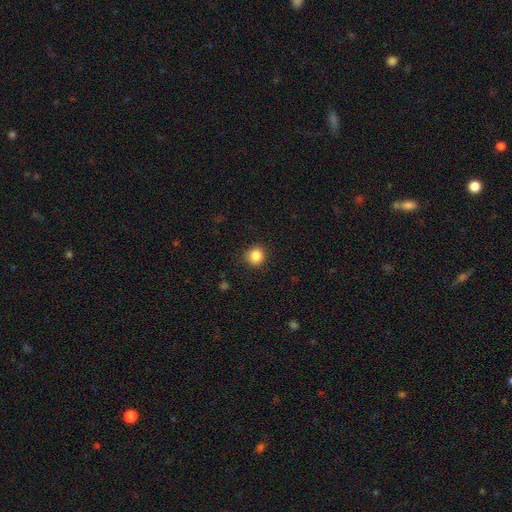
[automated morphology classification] type=smooth (86%); roundness=round (91%); merging=none (90%).